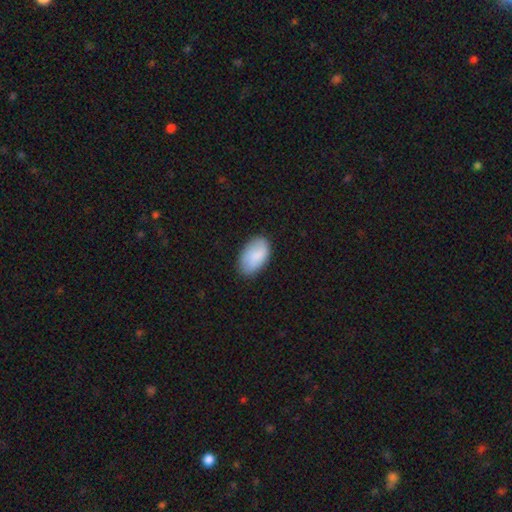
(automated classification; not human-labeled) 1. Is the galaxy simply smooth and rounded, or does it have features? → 84% smooth, 10% featured or disk, 6% star or artifact.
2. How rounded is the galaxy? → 94% in between, 5% round, 1% cigar-shaped.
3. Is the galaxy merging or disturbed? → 80% none, 16% minor disturbance, 3% major disturbance, 1% merger.